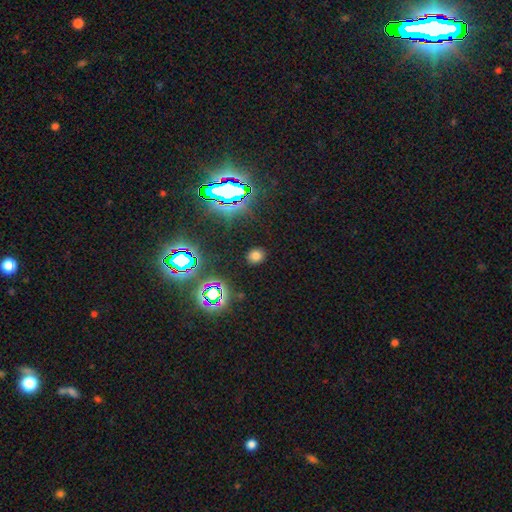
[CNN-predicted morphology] type=smooth (67%); roundness=round (68%); merging=none (88%).